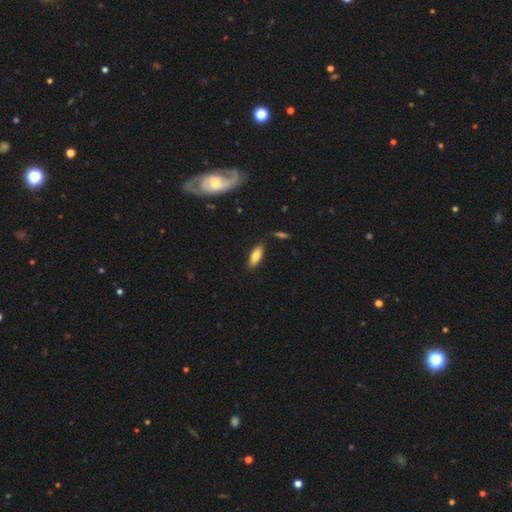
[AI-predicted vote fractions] Smooth or featured? smooth (79%)
How rounded? in between (72%)
Merging? none (84%)